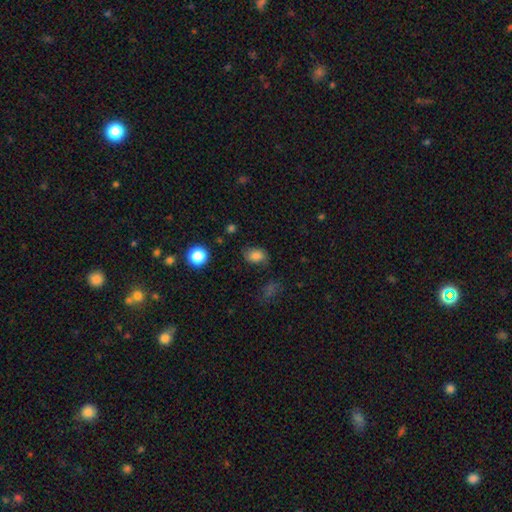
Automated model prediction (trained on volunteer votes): A smooth galaxy with no disk features (80%) that is in between round and cigar-shaped (72%).

Vote fractions:
- Smooth or featured? smooth: 80% / star or artifact: 12% / featured or disk: 8%
- How rounded? in between: 72% / round: 27% / cigar-shaped: 1%
- Merging? none: 69% / minor disturbance: 21% / major disturbance: 7% / merger: 2%